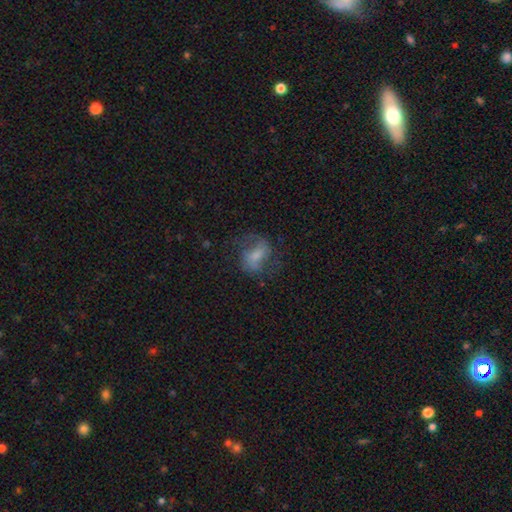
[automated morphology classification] This is possibly a featured or disk galaxy (52%). It is clearly not viewed edge-on (96%). Merging: possibly none (56%).